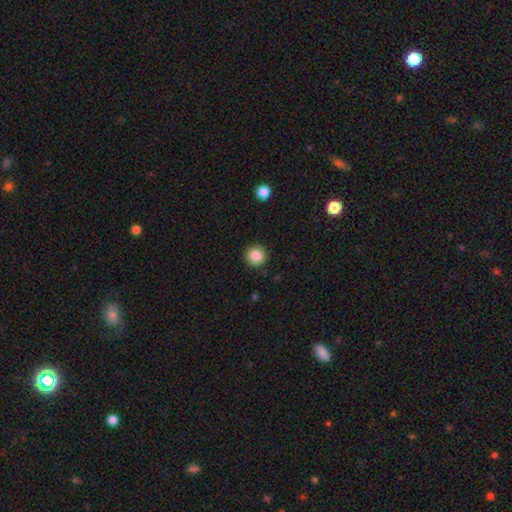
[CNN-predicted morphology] This appears to be a smooth galaxy with no disk features (86%) that is round (93%). Merging: none (91%).